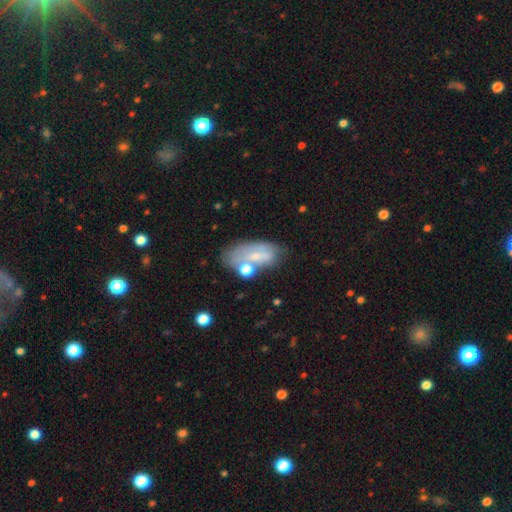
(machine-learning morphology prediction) Smooth or featured?
  - smooth: 50% *
  - featured or disk: 40%
  - star or artifact: 10%
How rounded?
  - in between: 87% *
  - cigar-shaped: 7%
  - round: 6%
Merging?
  - none: 49% *
  - minor disturbance: 25%
  - merger: 14%
  - major disturbance: 12%